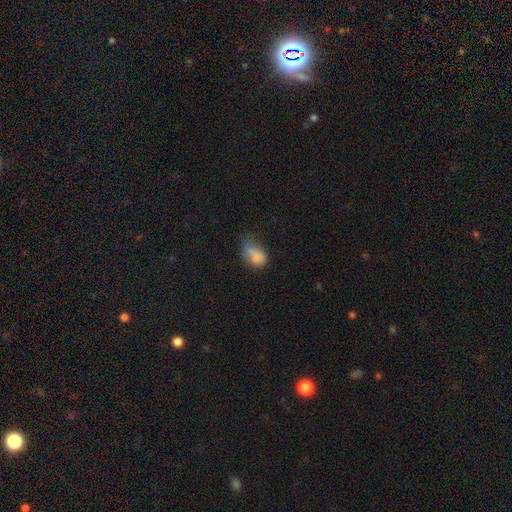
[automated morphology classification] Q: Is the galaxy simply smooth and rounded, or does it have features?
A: smooth — 77%.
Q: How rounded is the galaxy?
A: in between — 86%.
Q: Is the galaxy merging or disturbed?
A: minor disturbance — 37%.